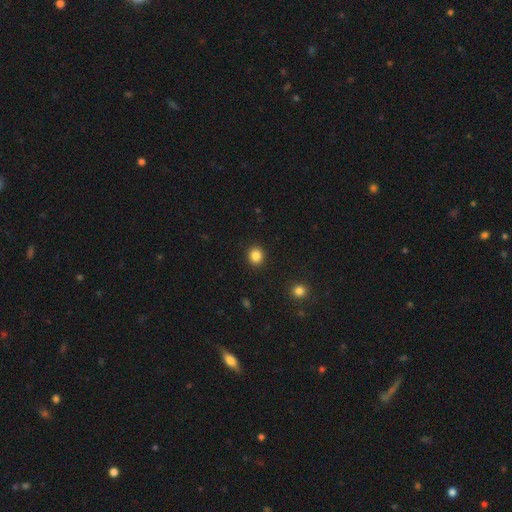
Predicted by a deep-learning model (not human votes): smooth_or_featured: smooth (p=0.86) [alt: star or artifact p=0.11]
how_rounded: round (p=0.82) [alt: in between p=0.17]
merging: none (p=0.92) [alt: minor disturbance p=0.05]